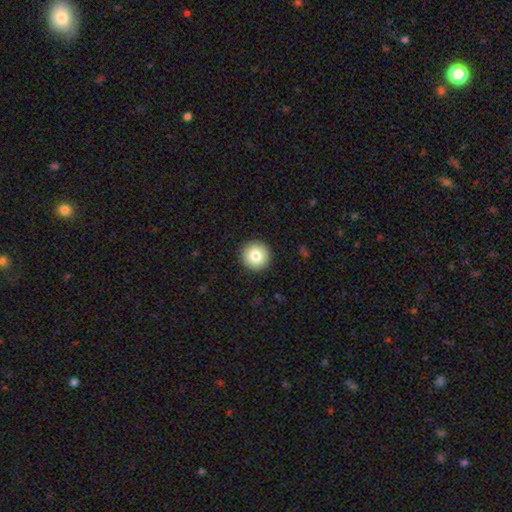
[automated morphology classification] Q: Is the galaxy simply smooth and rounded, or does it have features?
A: smooth — 80%.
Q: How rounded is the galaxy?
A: round — 96%.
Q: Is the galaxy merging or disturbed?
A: none — 93%.